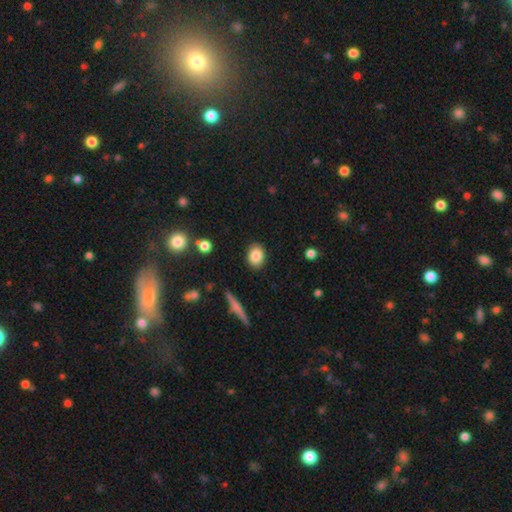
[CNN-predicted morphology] Smooth or featured: smooth — 84% (star or artifact — 9%)
How rounded: in between — 60% (round — 39%)
Merging: none — 88% (minor disturbance — 8%)